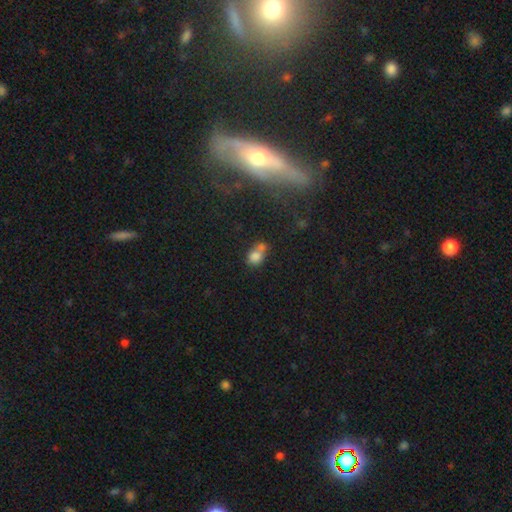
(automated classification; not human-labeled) Overall: smooth (76%). How rounded: round (50%; in between 48%). Merging: merger (49%; none 32%).